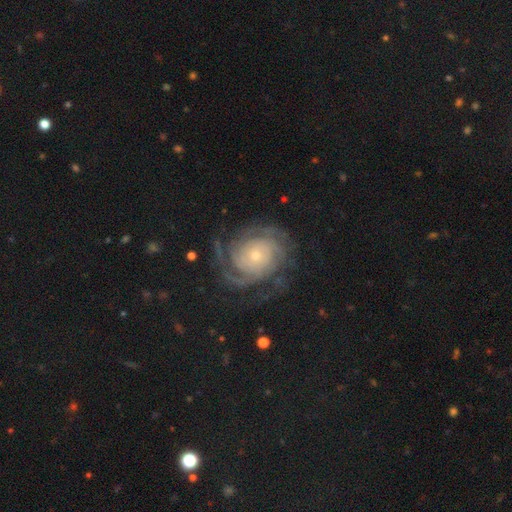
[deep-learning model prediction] The model was most divided on "spiral arm count" (3-way tie): 3: 22%, can't tell: 22%, 2: 22%, 4: 17%, more than 4: 9%, 1: 7%. More confident: spiral arms — yes (98%); edge-on disk — no (98%); smooth or featured — featured or disk (89%); bar — no (78%); merging — none (74%); spiral winding — tight (70%); bulge size — small (68%).